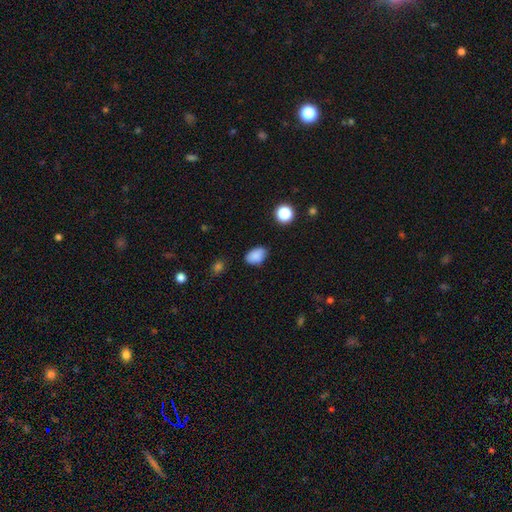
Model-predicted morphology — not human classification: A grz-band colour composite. It shows a smooth galaxy with no disk features (86%) that is in between round and cigar-shaped (85%). Merging: none (79%).